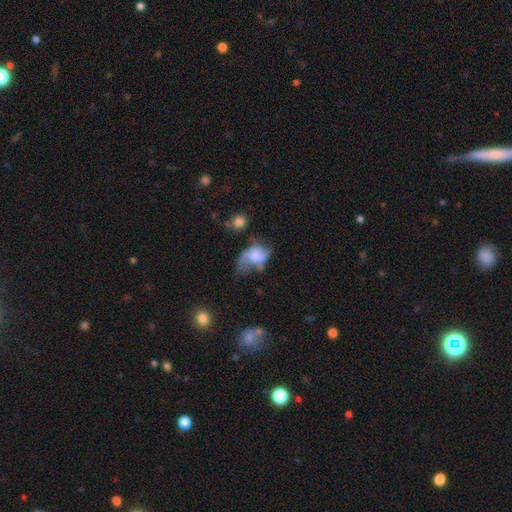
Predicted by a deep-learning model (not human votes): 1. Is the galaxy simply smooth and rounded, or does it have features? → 45% smooth (tied), 45% featured or disk (tied), 10% star or artifact.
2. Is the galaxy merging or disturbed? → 40% major disturbance, 25% none, 24% minor disturbance, 11% merger.